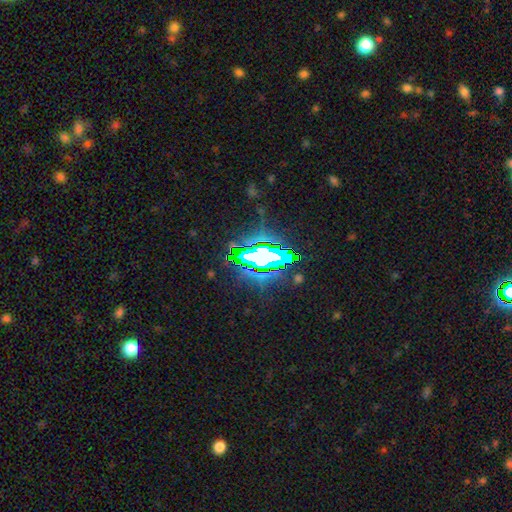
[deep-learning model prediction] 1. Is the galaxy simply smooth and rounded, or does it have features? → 72% star or artifact, 14% featured or disk, 14% smooth.